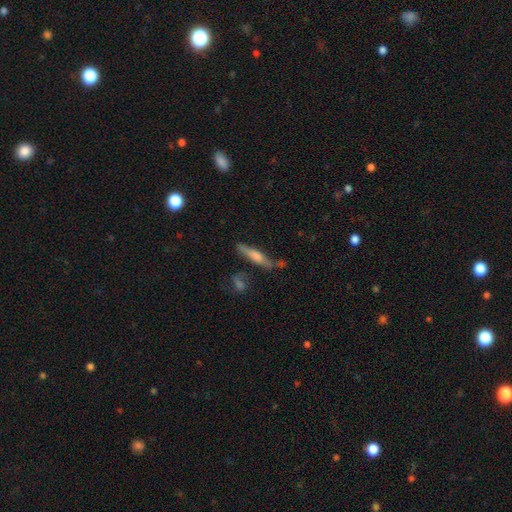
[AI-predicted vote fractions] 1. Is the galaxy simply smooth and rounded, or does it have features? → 52% featured or disk, 38% smooth, 9% star or artifact.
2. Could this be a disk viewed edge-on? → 90% yes, 10% no.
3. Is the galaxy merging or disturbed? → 66% none, 18% minor disturbance, 9% merger, 7% major disturbance.